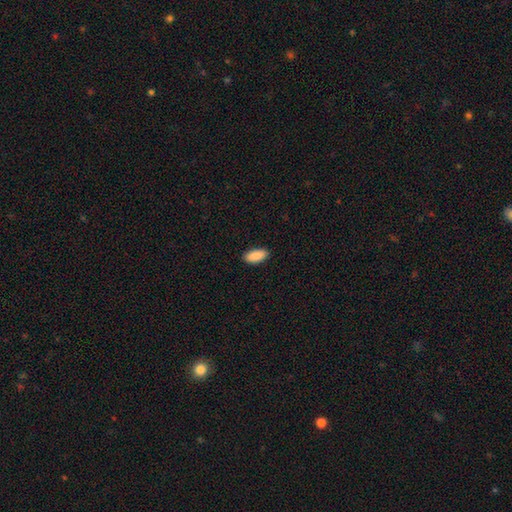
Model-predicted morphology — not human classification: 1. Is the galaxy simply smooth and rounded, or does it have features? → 90% smooth, 6% star or artifact, 4% featured or disk.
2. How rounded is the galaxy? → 89% in between, 9% cigar-shaped, 2% round.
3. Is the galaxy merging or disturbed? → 89% none, 8% minor disturbance, 2% major disturbance, 1% merger.